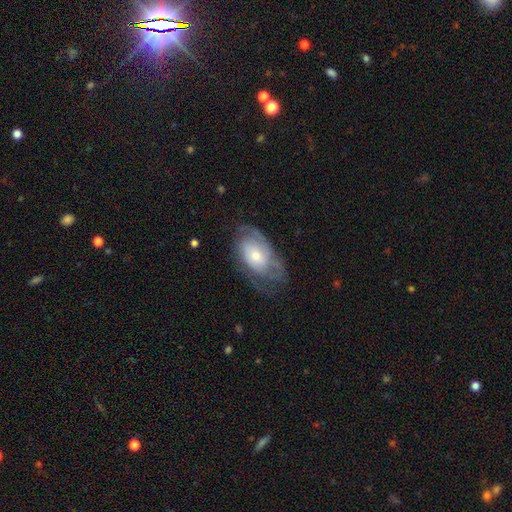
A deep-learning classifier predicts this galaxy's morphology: smooth_or_featured: featured or disk (p=0.68) [alt: smooth p=0.26]
disk_edge_on: no (p=0.94) [alt: yes p=0.06]
bar: no (p=0.73) [alt: weak p=0.23]
has_spiral_arms: yes (p=0.84) [alt: no p=0.16]
spiral_winding: tight (p=0.47) [alt: medium p=0.37]
spiral_arm_count: 2 (p=0.41) [alt: can't tell p=0.35]
bulge_size: moderate (p=0.54) [alt: small p=0.35]
merging: none (p=0.56) [alt: minor disturbance p=0.25]